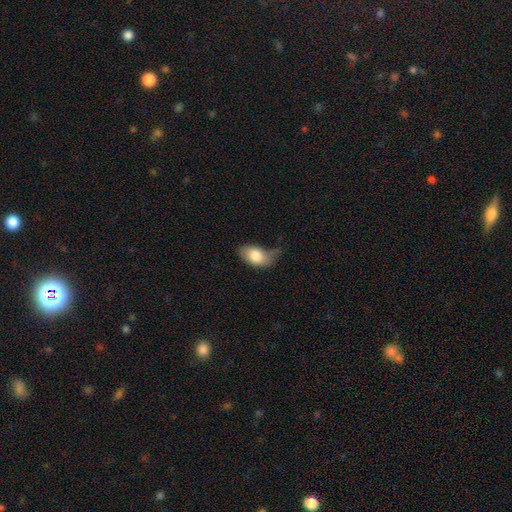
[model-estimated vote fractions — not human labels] Morphology: type=smooth (79%); roundness=in between (90%); merging=minor disturbance (42%).